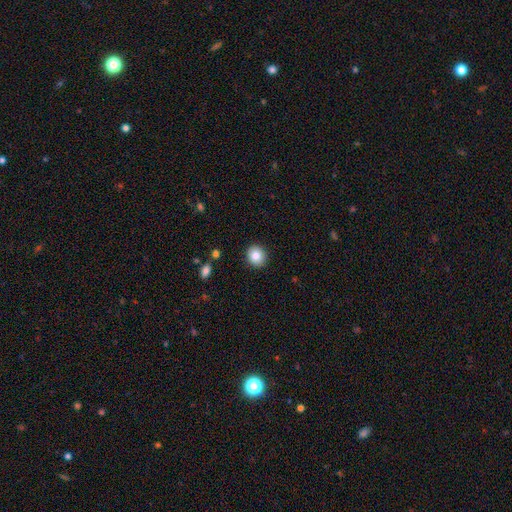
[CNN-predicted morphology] type=smooth (84%); roundness=round (78%); merging=none (91%).